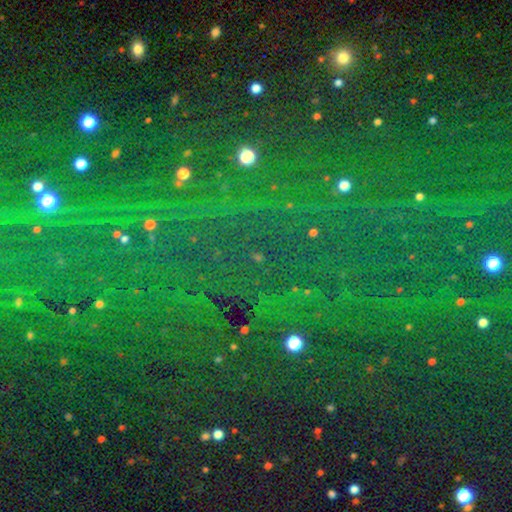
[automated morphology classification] The model was most divided on "smooth or featured": star or artifact: 81%, smooth: 12%, featured or disk: 7%.